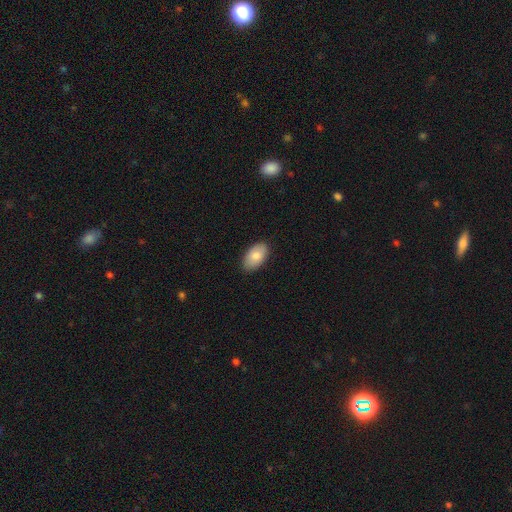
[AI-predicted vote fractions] This is clearly a smooth galaxy (84%). How rounded: clearly in between (94%). Merging: clearly none (86%).